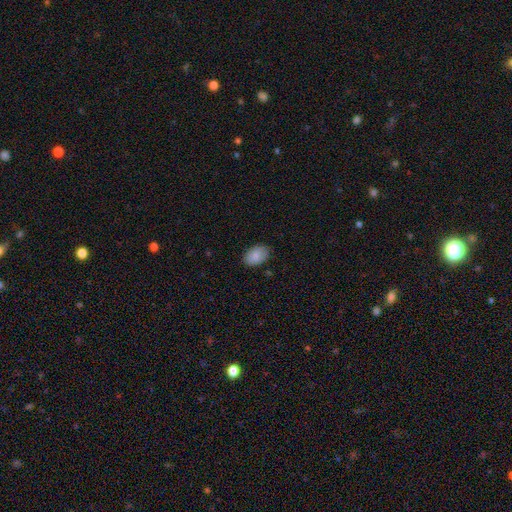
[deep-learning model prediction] Q: Smooth or featured?
A: smooth (88%); runner-up: star or artifact (7%)
Q: How rounded?
A: in between (89%); runner-up: round (10%)
Q: Merging?
A: none (86%); runner-up: minor disturbance (11%)